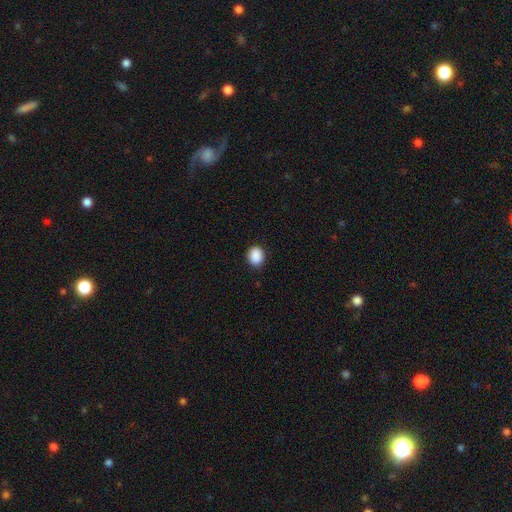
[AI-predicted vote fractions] Smooth or featured: smooth — 90% (star or artifact — 8%)
How rounded: round — 51% (in between — 48%)
Merging: none — 89% (minor disturbance — 8%)